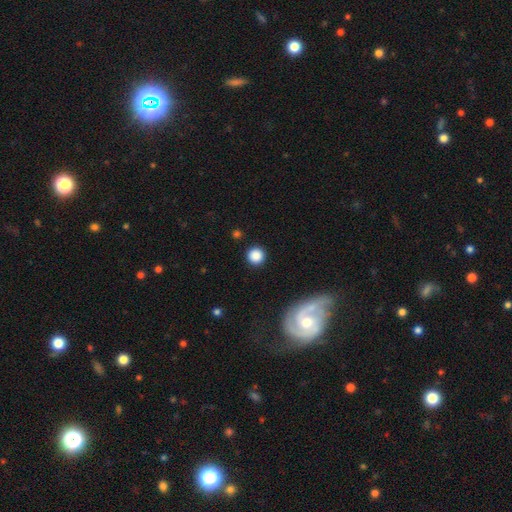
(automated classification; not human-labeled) A smooth galaxy with no disk features (86%) that is round (94%). Merging: none (90%).